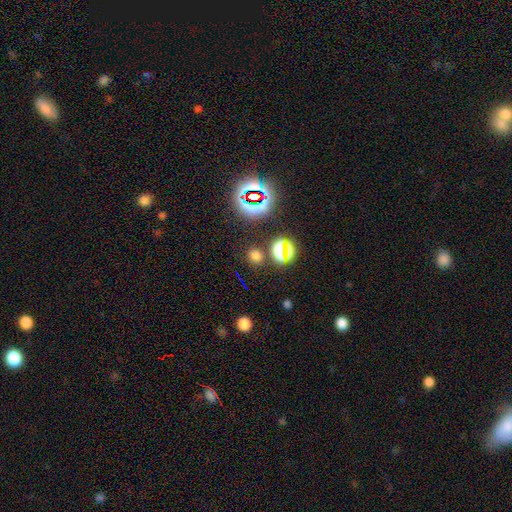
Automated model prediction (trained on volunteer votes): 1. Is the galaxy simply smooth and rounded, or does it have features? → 53% smooth, 41% star or artifact, 6% featured or disk.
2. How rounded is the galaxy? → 76% round, 22% in between, 2% cigar-shaped.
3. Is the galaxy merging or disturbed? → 80% none, 9% minor disturbance, 7% merger, 4% major disturbance.